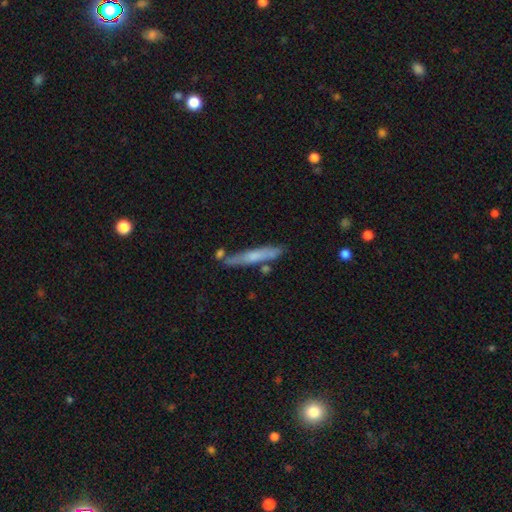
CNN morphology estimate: Smooth or featured? Predicted: smooth (p=0.54). How rounded? Predicted: cigar-shaped (p=0.93). Merging? Predicted: none (p=0.75).